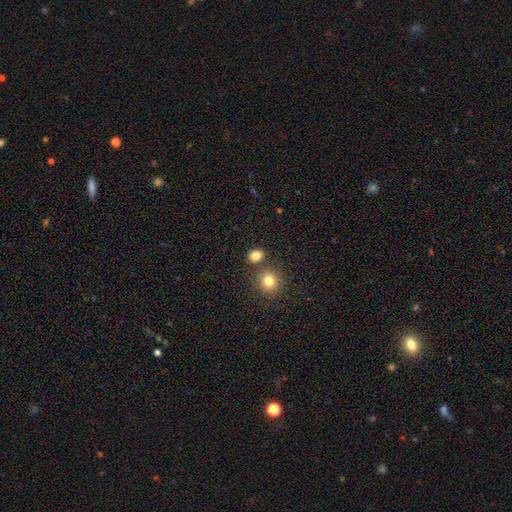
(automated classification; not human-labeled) Smooth or featured?
  - smooth: 83% *
  - star or artifact: 12%
  - featured or disk: 5%
How rounded?
  - round: 58% *
  - in between: 41%
  - cigar-shaped: 1%
Merging?
  - none: 76% *
  - merger: 13%
  - minor disturbance: 9%
  - major disturbance: 3%